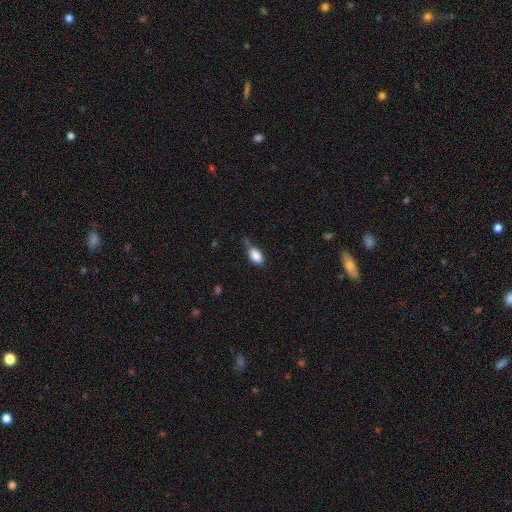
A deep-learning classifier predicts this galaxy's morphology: type=smooth (87%); roundness=in between (90%); merging=none (48%).